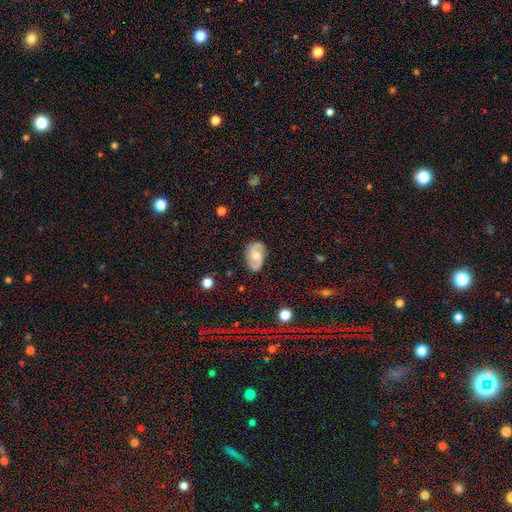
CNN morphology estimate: The model was most divided on "spiral winding": medium: 47%, loose: 29%, tight: 24%. More confident: edge-on disk — no (97%); spiral arms — yes (91%); spiral arm count — 2 (89%); merging — none (80%); smooth or featured — featured or disk (69%); bulge size — moderate (62%); bar — no (57%).